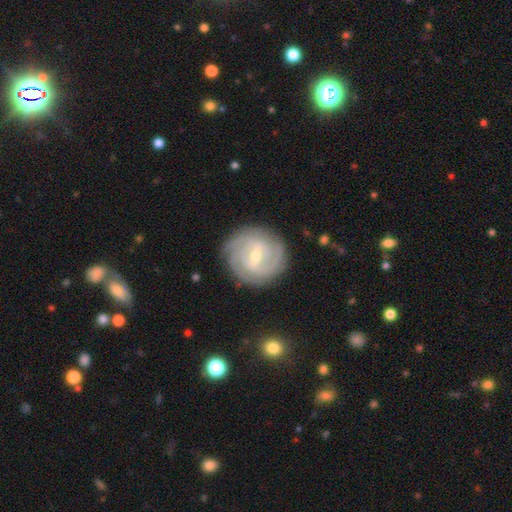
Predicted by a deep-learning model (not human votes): Smooth or featured: featured or disk — 86% (smooth — 9%)
Edge-on disk: no — 97% (yes — 3%)
Bar: weak — 55% (strong — 33%)
Spiral arms: yes — 96% (no — 4%)
Spiral winding: tight — 74% (medium — 22%)
Spiral arm count: 3 — 25% (can't tell — 24%)
Bulge size: small — 53% (moderate — 44%)
Merging: none — 85% (minor disturbance — 11%)